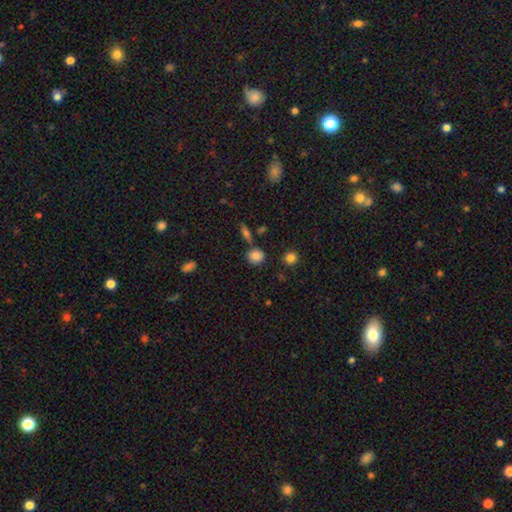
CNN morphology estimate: Smooth or featured?
  - smooth: 82% *
  - star or artifact: 10%
  - featured or disk: 8%
How rounded?
  - round: 83% *
  - in between: 16%
  - cigar-shaped: 2%
Merging?
  - none: 77% *
  - minor disturbance: 11%
  - merger: 9%
  - major disturbance: 3%